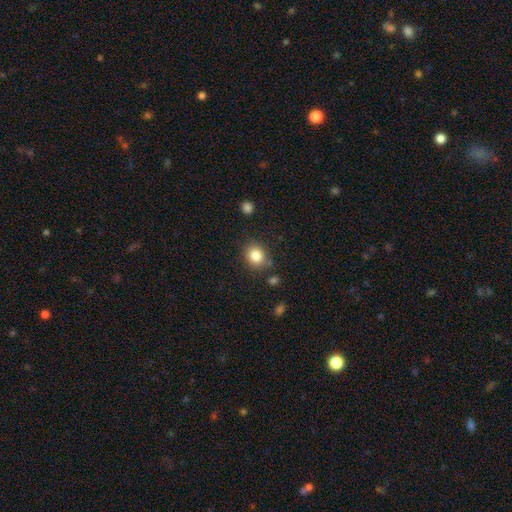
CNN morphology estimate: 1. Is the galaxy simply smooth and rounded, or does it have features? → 84% smooth, 10% star or artifact, 6% featured or disk.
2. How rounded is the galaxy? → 67% round, 32% in between, 1% cigar-shaped.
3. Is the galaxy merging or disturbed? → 81% none, 12% minor disturbance, 4% merger, 3% major disturbance.